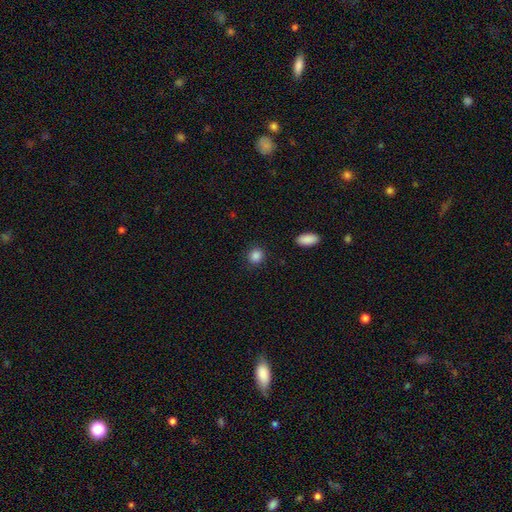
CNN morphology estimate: This is clearly a smooth galaxy (88%). How rounded: clearly round (84%). Merging: clearly none (89%).